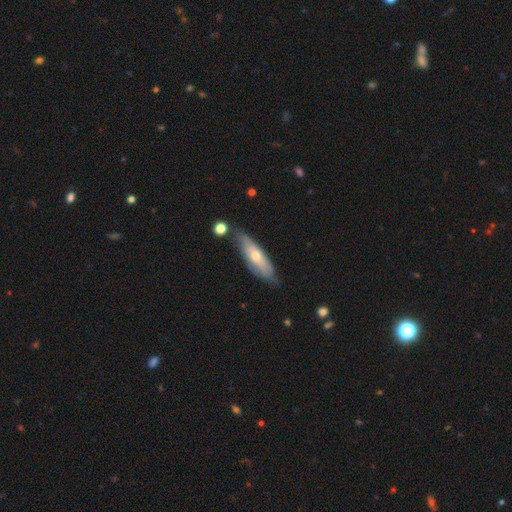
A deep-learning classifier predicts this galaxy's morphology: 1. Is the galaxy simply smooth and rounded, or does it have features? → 51% smooth, 43% featured or disk, 6% star or artifact.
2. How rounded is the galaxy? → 53% cigar-shaped, 45% in between, 2% round.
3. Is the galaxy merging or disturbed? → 67% none, 23% minor disturbance, 5% major disturbance, 5% merger.